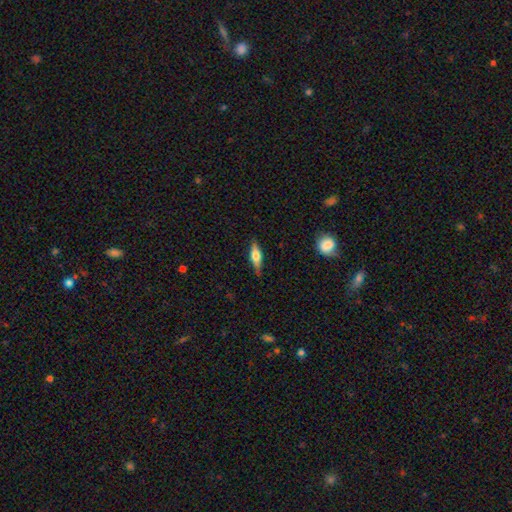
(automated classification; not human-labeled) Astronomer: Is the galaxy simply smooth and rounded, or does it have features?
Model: smooth — 52% (runner-up: featured or disk, 42%).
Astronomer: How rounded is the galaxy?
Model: cigar-shaped — 55% (runner-up: in between, 41%).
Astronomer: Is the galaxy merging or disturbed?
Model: none — 83%.